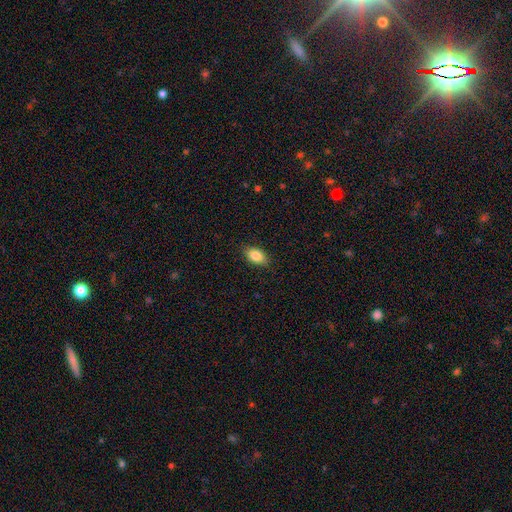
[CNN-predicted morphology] A smooth galaxy with no disk features (87%) that is in between round and cigar-shaped (91%). Merging: none (87%).